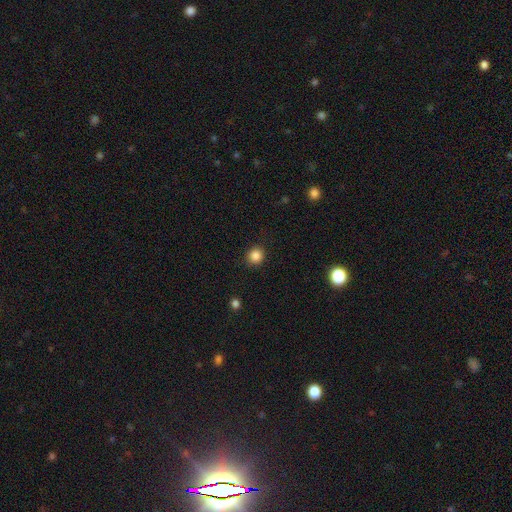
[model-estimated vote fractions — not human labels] Q: Smooth or featured?
A: smooth (85%); runner-up: star or artifact (11%)
Q: How rounded?
A: round (91%); runner-up: in between (9%)
Q: Merging?
A: none (90%); runner-up: minor disturbance (7%)